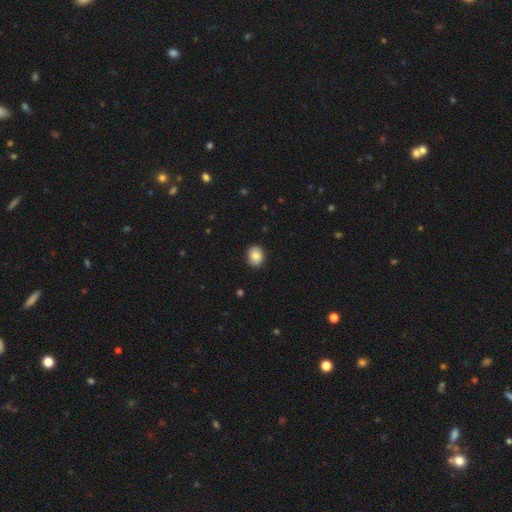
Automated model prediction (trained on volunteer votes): smooth_or_featured: smooth (p=0.85) [alt: star or artifact p=0.08]
how_rounded: round (p=0.50) [alt: in between p=0.49]
merging: none (p=0.90) [alt: minor disturbance p=0.08]